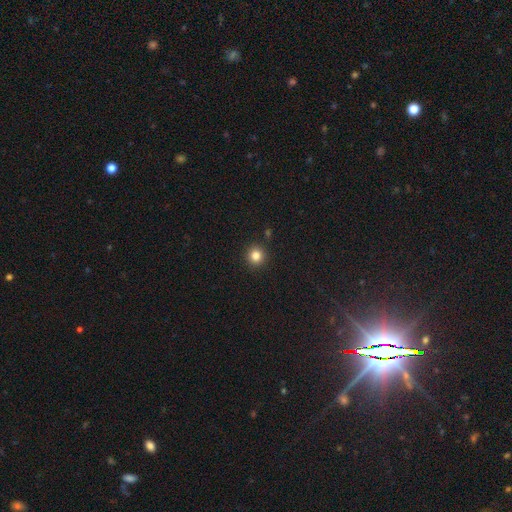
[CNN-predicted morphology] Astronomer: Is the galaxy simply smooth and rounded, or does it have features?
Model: smooth — 83%.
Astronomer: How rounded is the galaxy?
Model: round — 94%.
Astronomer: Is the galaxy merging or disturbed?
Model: none — 91%.